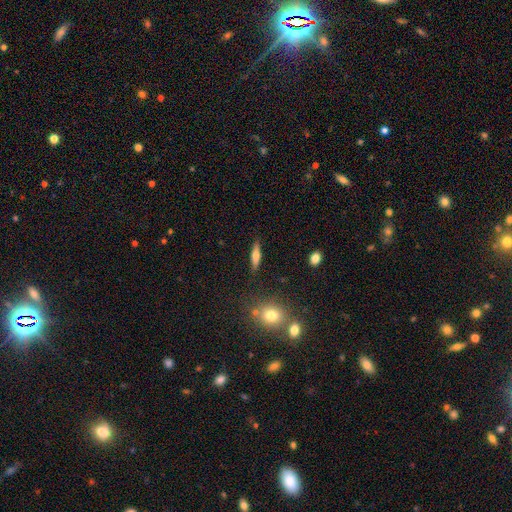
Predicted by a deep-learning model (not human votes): A smooth galaxy with no disk features (53%) that is cigar-shaped (75%).

Vote fractions:
- Smooth or featured? smooth: 53% / featured or disk: 40% / star or artifact: 8%
- How rounded? cigar-shaped: 75% / in between: 22% / round: 3%
- Merging? none: 86% / minor disturbance: 9% / major disturbance: 3% / merger: 2%